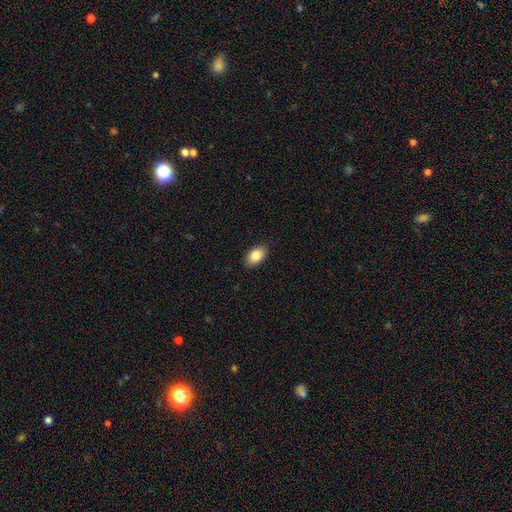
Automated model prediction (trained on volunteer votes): Smooth or featured?
  - smooth: 85% *
  - featured or disk: 8%
  - star or artifact: 7%
How rounded?
  - in between: 92% *
  - round: 7%
  - cigar-shaped: 1%
Merging?
  - none: 89% *
  - minor disturbance: 8%
  - major disturbance: 2%
  - merger: 1%